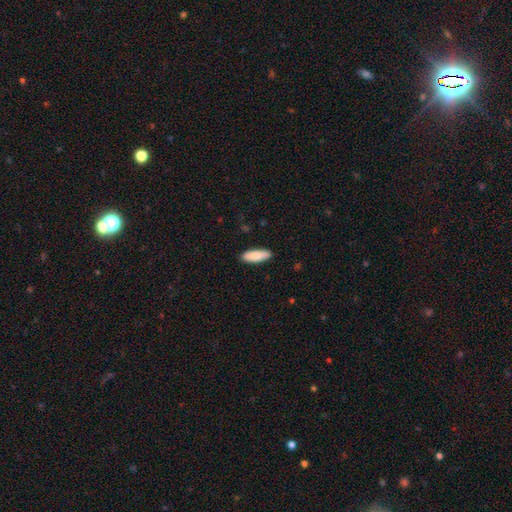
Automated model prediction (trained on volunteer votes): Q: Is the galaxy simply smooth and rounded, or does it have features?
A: smooth — 87%.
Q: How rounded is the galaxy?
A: in between — 56%.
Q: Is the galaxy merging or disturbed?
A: none — 89%.